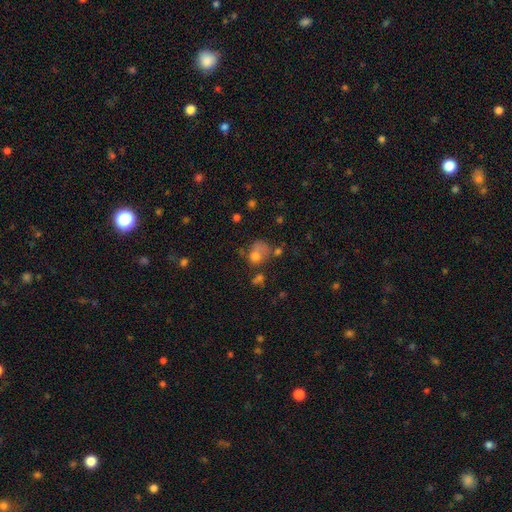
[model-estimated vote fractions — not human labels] A smooth galaxy with no disk features (68%) that is round (61%). Merging: none (31%).